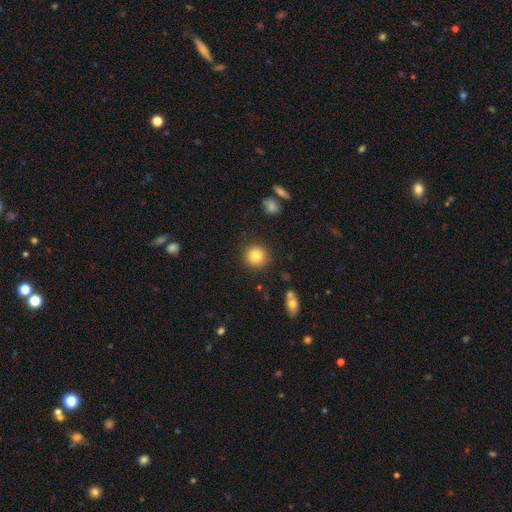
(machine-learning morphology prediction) Q: Smooth or featured?
A: smooth (82%); runner-up: star or artifact (10%)
Q: How rounded?
A: round (93%); runner-up: in between (6%)
Q: Merging?
A: none (90%); runner-up: minor disturbance (6%)